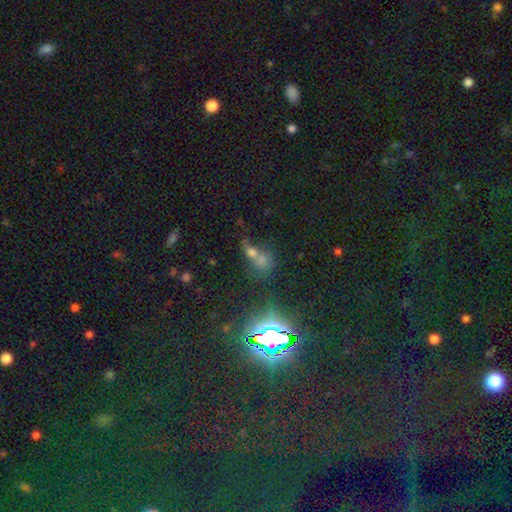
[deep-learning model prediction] Overall: smooth (44%; star or artifact 41%). Merging: merger (57%; none 29%).